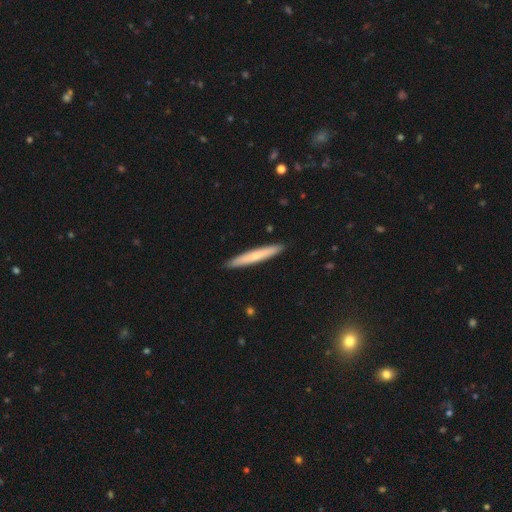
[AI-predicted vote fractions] Smooth or featured: smooth — 62% (featured or disk — 33%)
How rounded: cigar-shaped — 96% (in between — 3%)
Merging: none — 92% (minor disturbance — 6%)